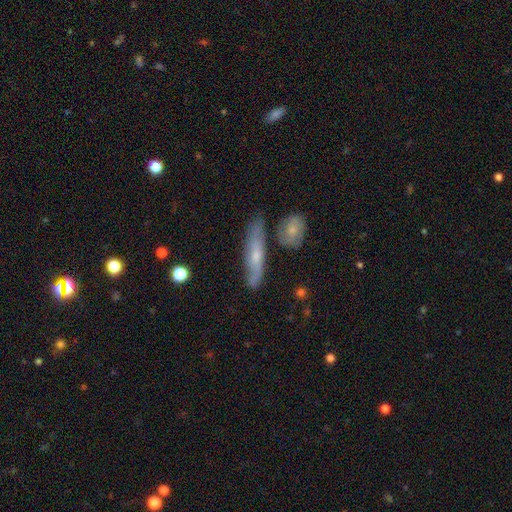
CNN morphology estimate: This is possibly a featured or disk galaxy (54%). It is possibly viewed edge-on (56%). Merging: likely none (69%).